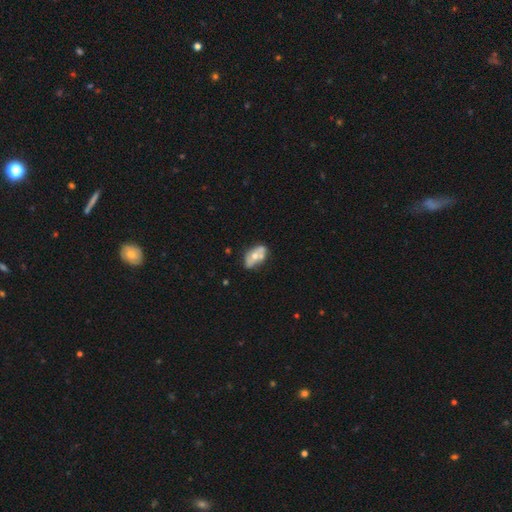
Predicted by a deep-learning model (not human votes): Q: Smooth or featured?
A: featured or disk (47%); runner-up: smooth (46%)
Q: Merging?
A: none (52%); runner-up: minor disturbance (22%)